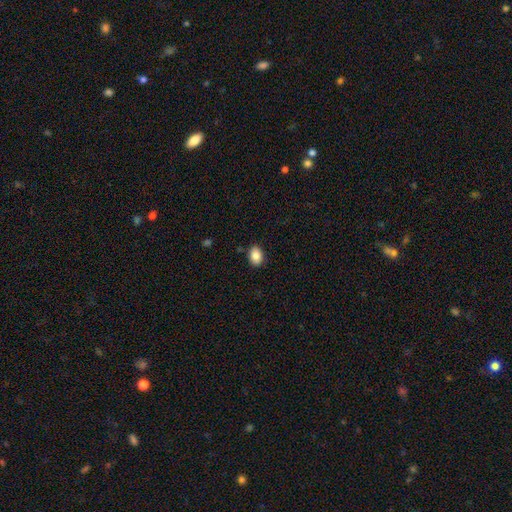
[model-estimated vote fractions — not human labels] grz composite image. It shows a smooth galaxy with no disk features (87%) that is in between round and cigar-shaped (79%). Merging: none (87%).